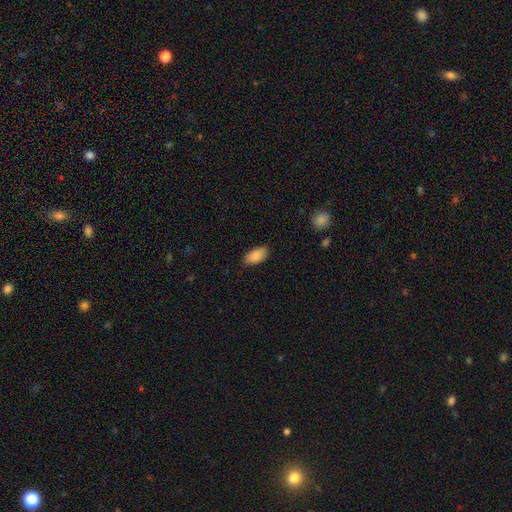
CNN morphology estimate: This is clearly a smooth galaxy (89%). How rounded: clearly in between (93%). Merging: clearly none (81%).